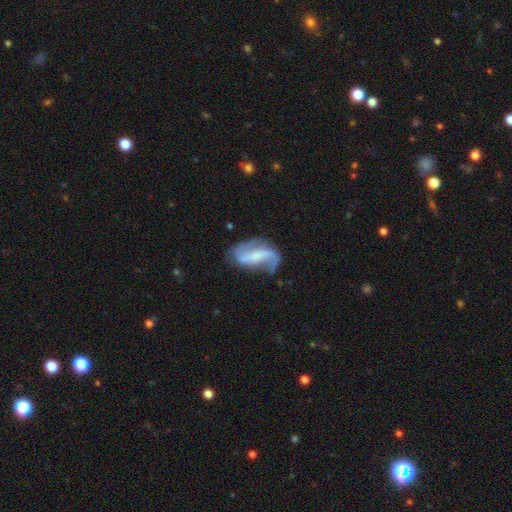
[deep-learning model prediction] Smooth or featured?
  - featured or disk: 81% *
  - smooth: 13%
  - star or artifact: 6%
Edge-on disk?
  - no: 95% *
  - yes: 5%
Bar?
  - strong: 50% *
  - weak: 32%
  - no: 18%
Spiral arms?
  - yes: 93% *
  - no: 7%
Spiral winding?
  - loose: 58% *
  - medium: 31%
  - tight: 11%
Spiral arm count?
  - 2: 87% *
  - 1: 6%
  - can't tell: 4%
  - 3: 1%
  - 4: 1%
  - more than 4: 1%
Bulge size?
  - small: 36% *
  - none: 30%
  - moderate: 25%
  - large: 7%
  - dominant: 2%
Merging?
  - none: 63% *
  - minor disturbance: 21%
  - major disturbance: 14%
  - merger: 3%